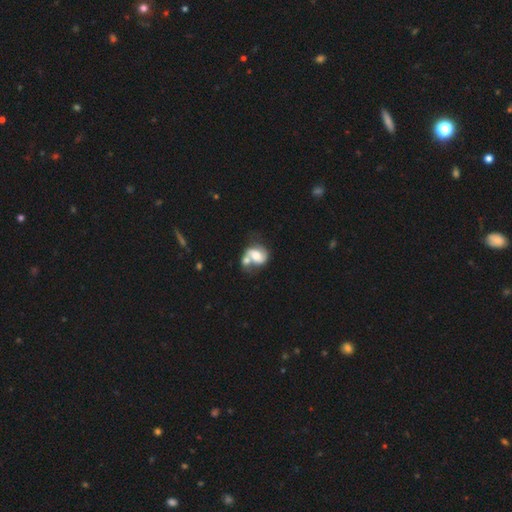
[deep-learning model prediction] A featured or disk galaxy (56%) with no bar (53%), spiral arms (73%) and a moderate central bulge (55%). Merging: merger (53%).